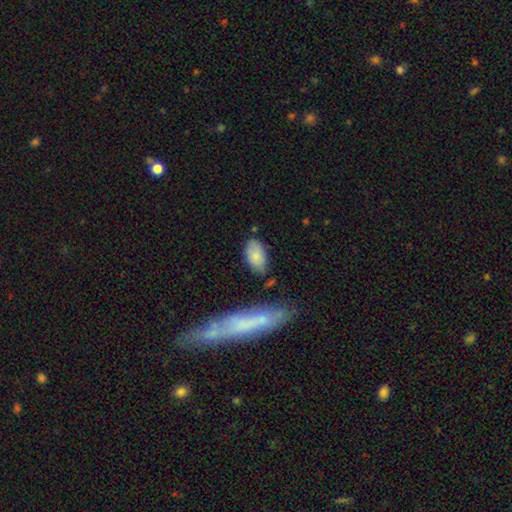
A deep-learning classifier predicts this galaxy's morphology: Q: Smooth or featured?
A: smooth (80%); runner-up: featured or disk (13%)
Q: How rounded?
A: in between (94%); runner-up: round (4%)
Q: Merging?
A: none (71%); runner-up: minor disturbance (20%)